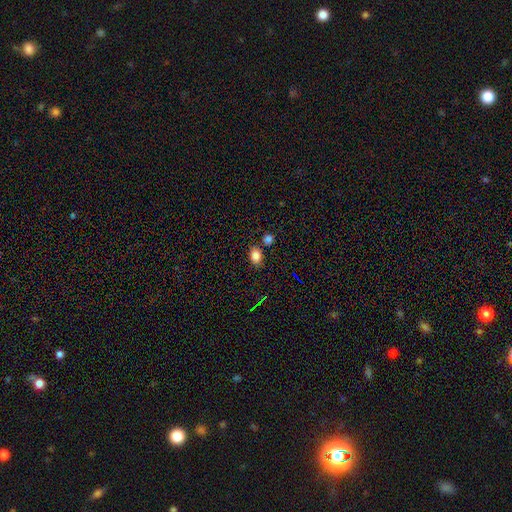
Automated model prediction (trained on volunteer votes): Q: Smooth or featured?
A: smooth (83%); runner-up: star or artifact (11%)
Q: How rounded?
A: in between (73%); runner-up: round (25%)
Q: Merging?
A: none (75%); runner-up: minor disturbance (12%)